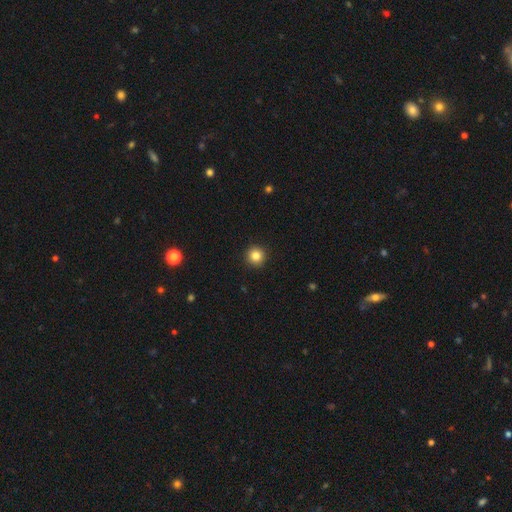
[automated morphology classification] A smooth galaxy with no disk features (83%) that is round (96%).

Vote fractions:
- Smooth or featured? smooth: 83% / star or artifact: 11% / featured or disk: 5%
- How rounded? round: 96% / in between: 3% / cigar-shaped: 1%
- Merging? none: 93% / minor disturbance: 4% / major disturbance: 2% / merger: 1%